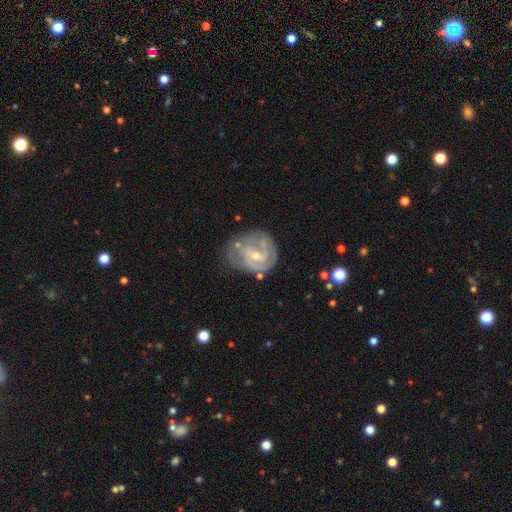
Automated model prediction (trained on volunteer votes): smooth-or-featured: featured or disk: 79% | smooth: 15% | star or artifact: 7%
  disk-edge-on: no: 98% | yes: 2%
    bar: no: 53% | weak: 39% | strong: 7%
    has-spiral-arms: yes: 87% | no: 13%
      spiral-winding: tight: 58% | medium: 33% | loose: 9%
      spiral-arm-count: 2: 37% | can't tell: 34% | 3: 17% | 1: 6% | 4: 4% | more than 4: 3%
    bulge-size: small: 59% | moderate: 37% | none: 2% | large: 1% | dominant: 1%
  merging: none: 55% | minor disturbance: 27% | major disturbance: 14% | merger: 4%